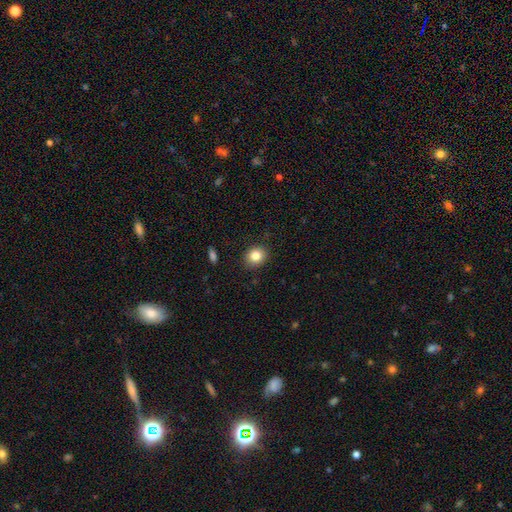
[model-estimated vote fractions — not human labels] A smooth galaxy with no disk features (83%) that is round (67%).

Vote fractions:
- Smooth or featured? smooth: 83% / star or artifact: 10% / featured or disk: 7%
- How rounded? round: 67% / in between: 32% / cigar-shaped: 1%
- Merging? none: 88% / minor disturbance: 8% / major disturbance: 2% / merger: 1%